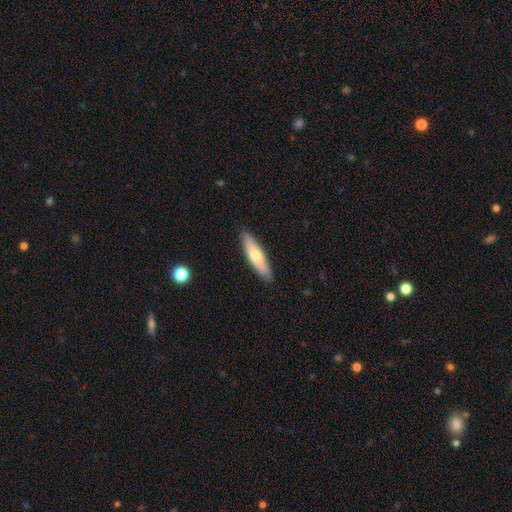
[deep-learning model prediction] smooth 63%, featured or disk 32%, star or artifact 5%. Down the decision tree: how rounded — cigar-shaped (67%); merging — none (89%).